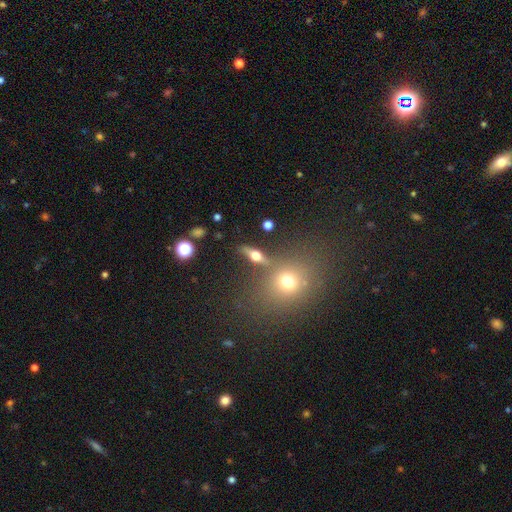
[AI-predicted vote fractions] Overall: featured or disk (53%; smooth 34%). Edge-on disk: yes (83%). Merging: none (74%).